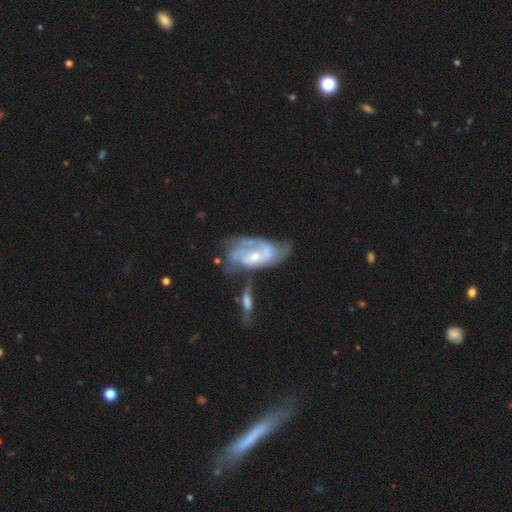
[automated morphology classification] The model was most divided on "spiral winding": tight: 42%, medium: 41%, loose: 17%. Remaining: edge-on disk — no (94%); spiral arms — yes (85%); smooth or featured — featured or disk (79%); bar — no (57%); bulge size — small (47%); spiral arm count — 2 (44%); merging — none (33%).